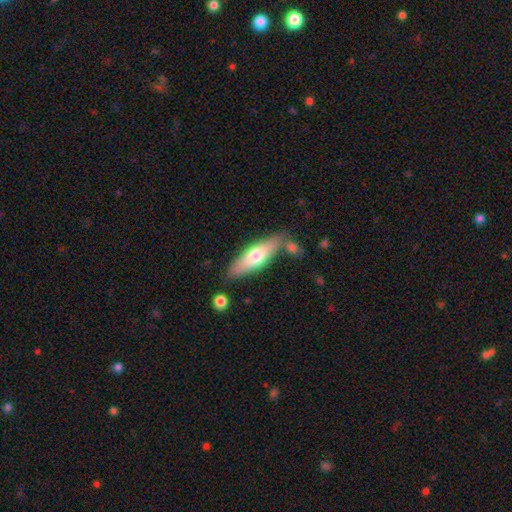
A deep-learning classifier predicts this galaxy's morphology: This is likely a smooth galaxy (62%). How rounded: possibly cigar-shaped (52%). Merging: likely none (73%).